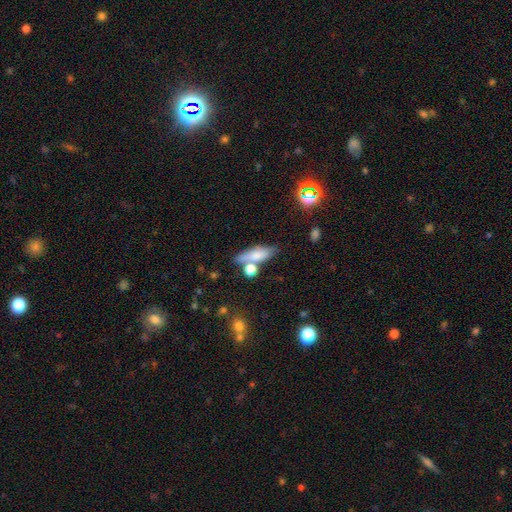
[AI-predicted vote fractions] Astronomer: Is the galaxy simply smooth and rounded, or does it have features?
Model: smooth — 72%.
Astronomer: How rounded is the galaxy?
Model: in between — 55% (runner-up: cigar-shaped, 39%).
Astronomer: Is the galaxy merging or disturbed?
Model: none — 57%.